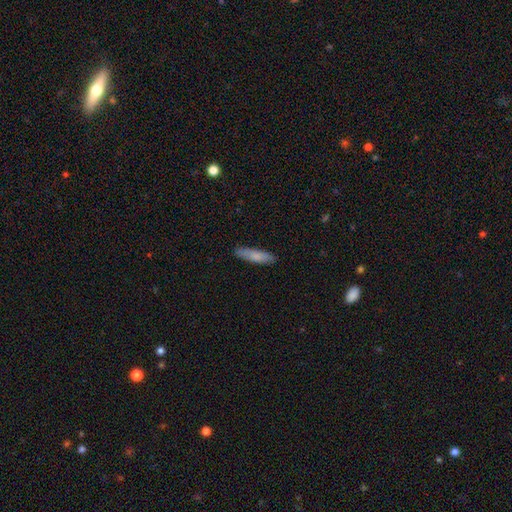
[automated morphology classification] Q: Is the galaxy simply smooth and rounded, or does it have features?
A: smooth — 79%.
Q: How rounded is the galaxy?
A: cigar-shaped — 73%.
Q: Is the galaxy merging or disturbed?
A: none — 85%.